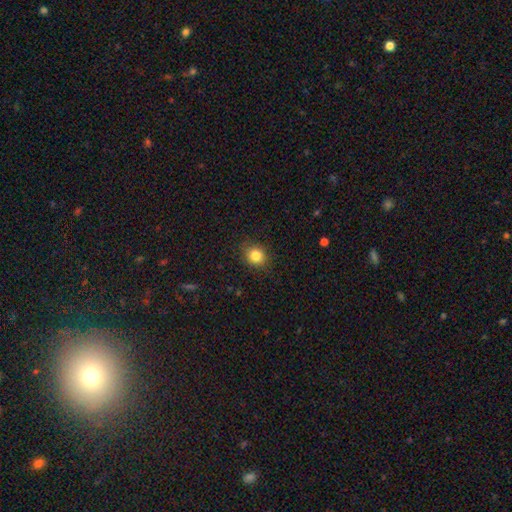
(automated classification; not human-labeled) Smooth or featured?
  - smooth: 83% *
  - star or artifact: 11%
  - featured or disk: 6%
How rounded?
  - round: 78% *
  - in between: 21%
  - cigar-shaped: 1%
Merging?
  - none: 87% *
  - minor disturbance: 10%
  - major disturbance: 3%
  - merger: 1%